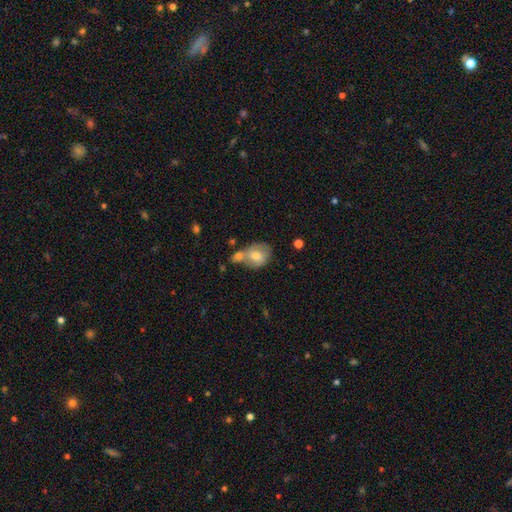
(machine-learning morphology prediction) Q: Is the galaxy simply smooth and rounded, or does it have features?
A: smooth — 66%.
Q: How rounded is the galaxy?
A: in between — 51%.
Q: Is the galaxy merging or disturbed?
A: merger — 46%.